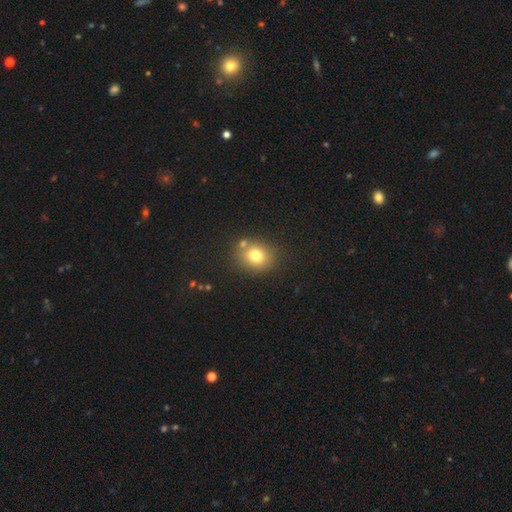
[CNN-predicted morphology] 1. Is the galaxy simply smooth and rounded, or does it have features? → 75% smooth, 14% star or artifact, 11% featured or disk.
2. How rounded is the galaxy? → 66% round, 33% in between, 1% cigar-shaped.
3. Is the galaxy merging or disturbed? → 75% none, 11% merger, 11% minor disturbance, 3% major disturbance.